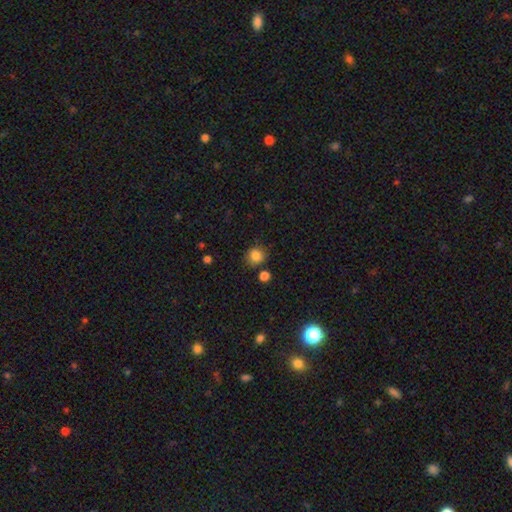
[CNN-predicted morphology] Smooth or featured? Predicted: smooth (p=0.85). How rounded? Predicted: round (p=0.84). Merging? Predicted: none (p=0.80).